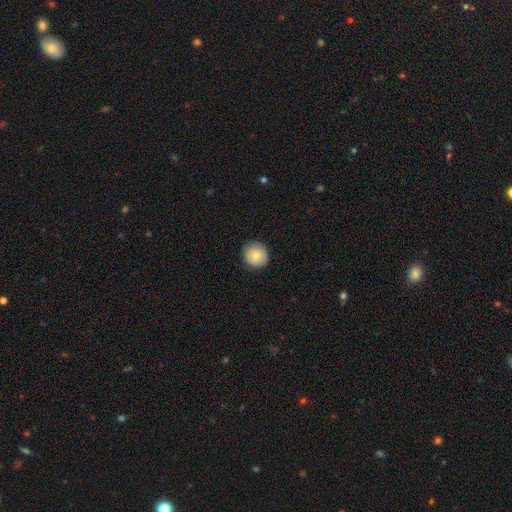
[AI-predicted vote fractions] smooth 79%, featured or disk 13%, star or artifact 8%. Down the decision tree: how rounded — round (93%); merging — none (87%).